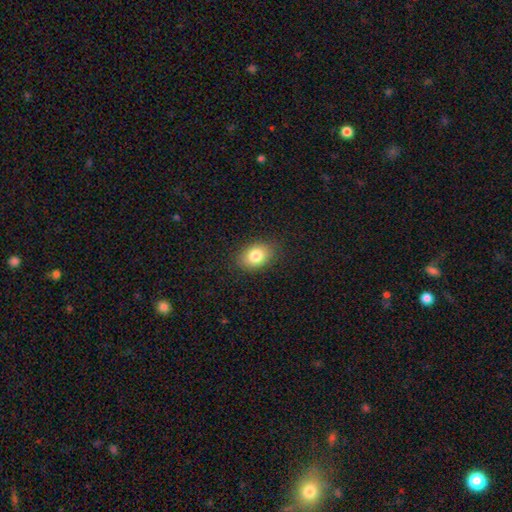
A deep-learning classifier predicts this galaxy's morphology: Smooth or featured: smooth — 82% (featured or disk — 9%)
How rounded: in between — 74% (round — 25%)
Merging: none — 86% (minor disturbance — 10%)